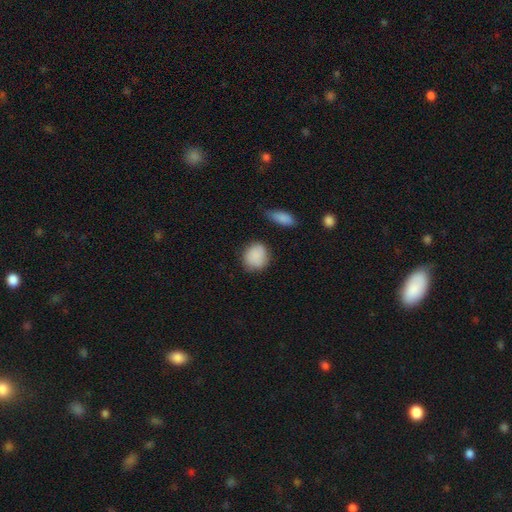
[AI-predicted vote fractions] Smooth or featured? smooth (88%)
How rounded? round (69%)
Merging? none (74%)